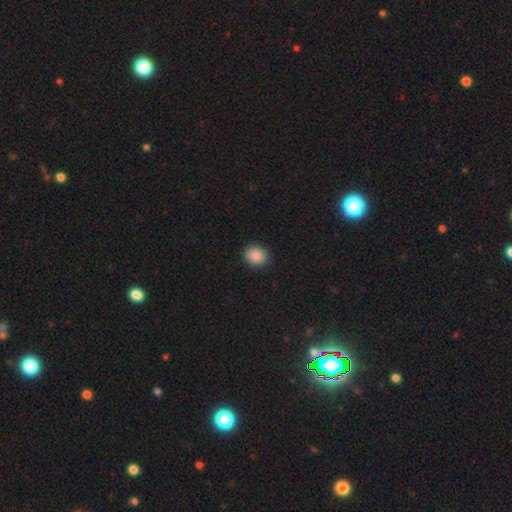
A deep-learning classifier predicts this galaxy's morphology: Smooth or featured: smooth — 89% (star or artifact — 8%)
How rounded: round — 68% (in between — 32%)
Merging: none — 90% (minor disturbance — 7%)